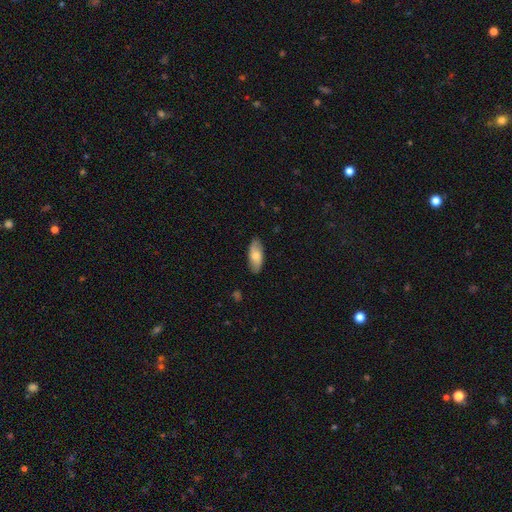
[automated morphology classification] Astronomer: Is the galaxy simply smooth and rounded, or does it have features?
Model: smooth — 71%.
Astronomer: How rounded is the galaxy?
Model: in between — 85%.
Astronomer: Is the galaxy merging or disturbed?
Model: none — 85%.